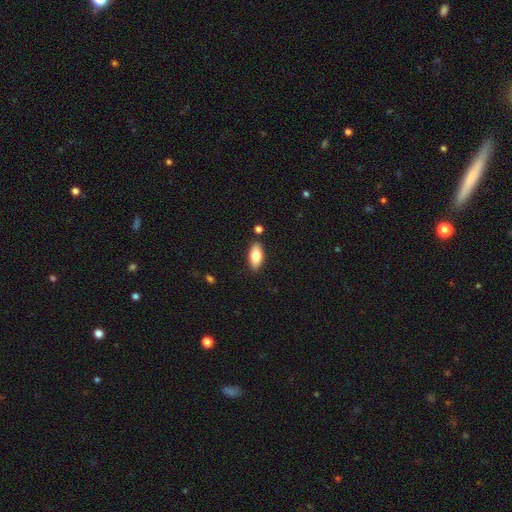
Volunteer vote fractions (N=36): A smooth galaxy with no disk features (83%) that is in between round and cigar-shaped (83%). Merging: none (86%).